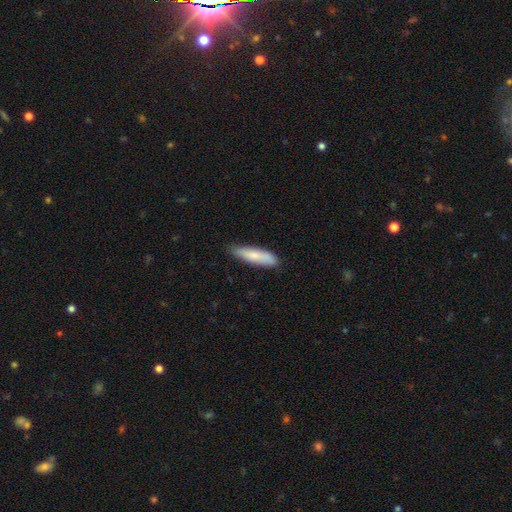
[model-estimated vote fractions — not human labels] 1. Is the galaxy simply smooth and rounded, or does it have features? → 78% smooth, 16% featured or disk, 6% star or artifact.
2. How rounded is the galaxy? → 76% cigar-shaped, 23% in between, 1% round.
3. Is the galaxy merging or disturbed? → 79% none, 17% minor disturbance, 2% major disturbance, 1% merger.